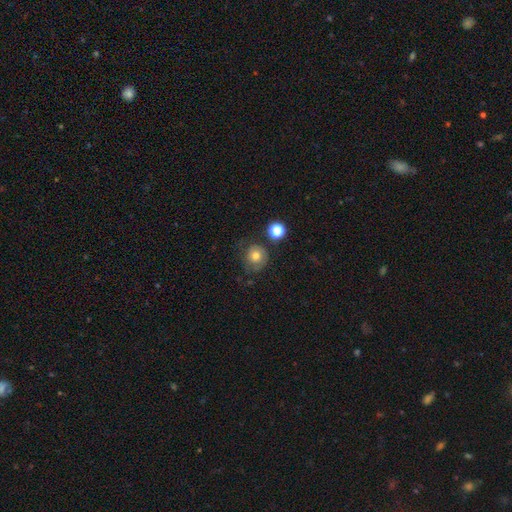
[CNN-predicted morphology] This appears to be a smooth galaxy with no disk features (70%) that is round (87%). Merging: none (65%).